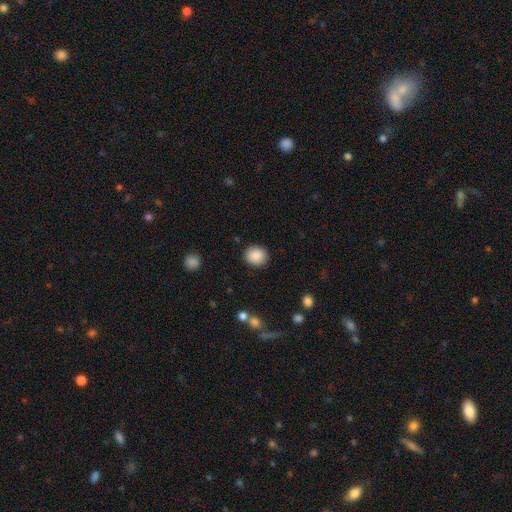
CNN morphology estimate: Overall: smooth (88%). How rounded: round (82%). Merging: none (89%).